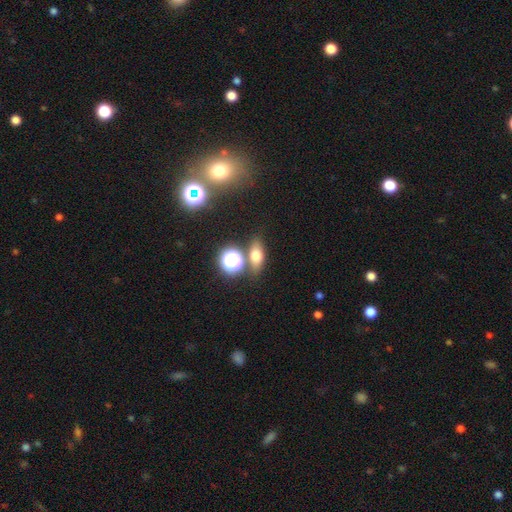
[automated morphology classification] Smooth or featured?
  - smooth: 63% *
  - star or artifact: 21%
  - featured or disk: 16%
How rounded?
  - in between: 64% *
  - round: 25%
  - cigar-shaped: 11%
Merging?
  - none: 72% *
  - merger: 12%
  - minor disturbance: 11%
  - major disturbance: 4%